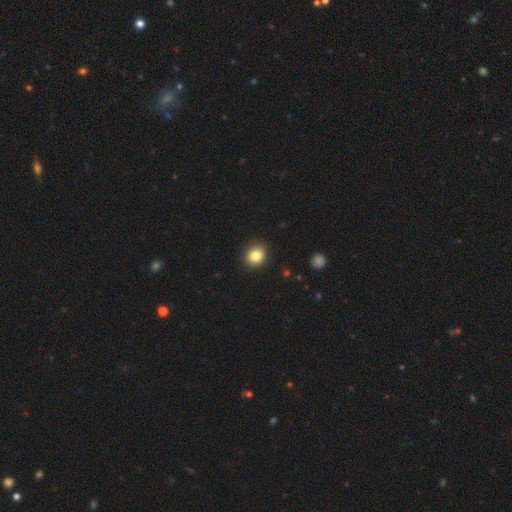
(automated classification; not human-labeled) Smooth or featured: smooth — 84% (star or artifact — 11%)
How rounded: round — 75% (in between — 24%)
Merging: none — 88% (minor disturbance — 9%)